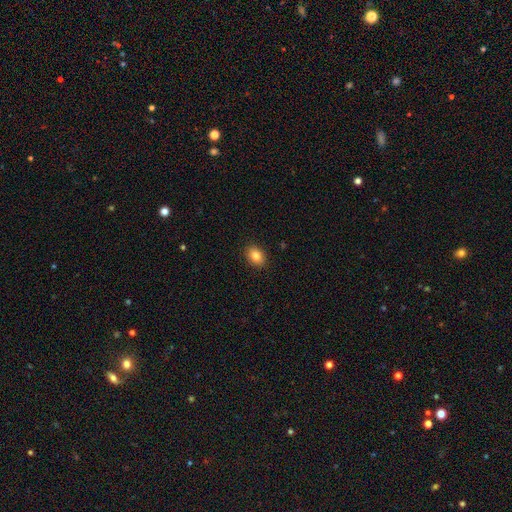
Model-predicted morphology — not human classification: Smooth or featured? Predicted: smooth (p=0.85). How rounded? Predicted: in between (p=0.74). Merging? Predicted: none (p=0.90).